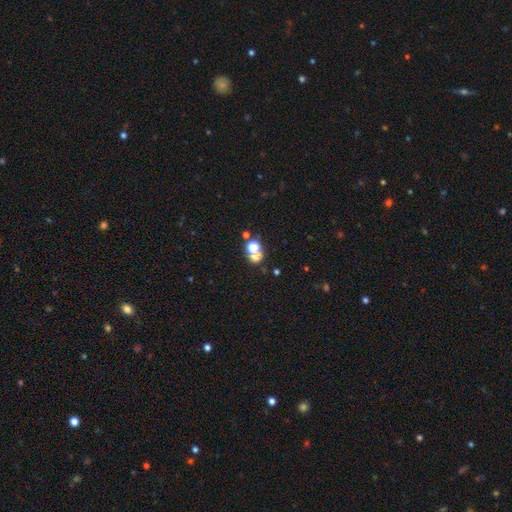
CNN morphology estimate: Smooth or featured? smooth (64%)
How rounded? round (77%)
Merging? none (45%)